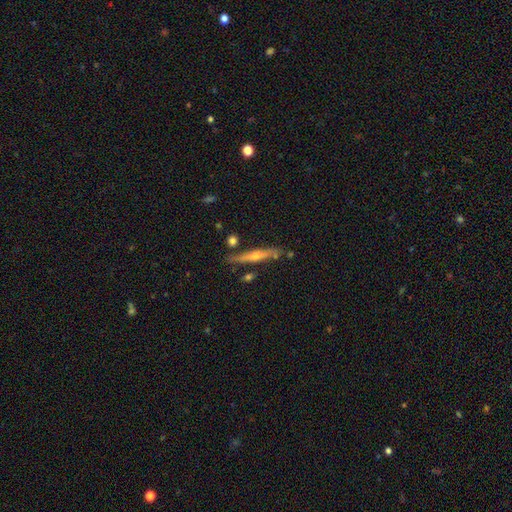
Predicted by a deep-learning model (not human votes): This appears to be a featured or disk galaxy (69%) viewed edge-on (95%) with a rounded central bulge (83%). Merging: none (80%).